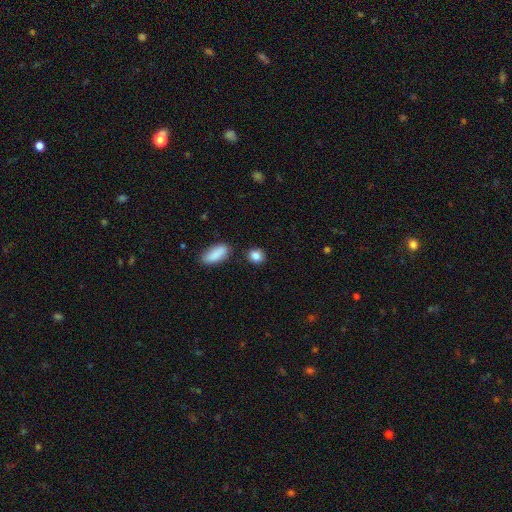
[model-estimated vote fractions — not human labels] Smooth or featured?
  - smooth: 87% *
  - star or artifact: 9%
  - featured or disk: 4%
How rounded?
  - round: 63% *
  - in between: 35%
  - cigar-shaped: 3%
Merging?
  - none: 80% *
  - minor disturbance: 11%
  - merger: 6%
  - major disturbance: 3%